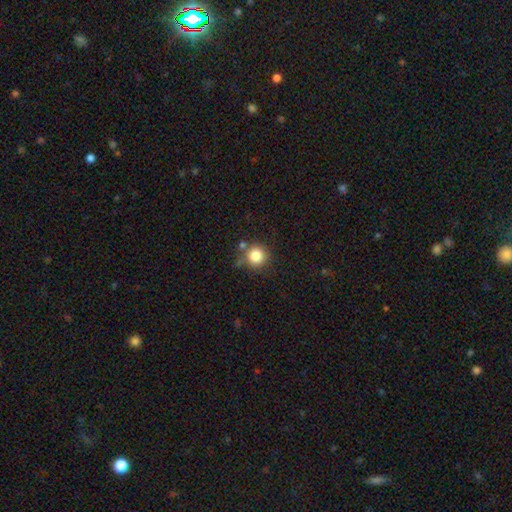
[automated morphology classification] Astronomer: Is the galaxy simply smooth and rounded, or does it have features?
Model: smooth — 83%.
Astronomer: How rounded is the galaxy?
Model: round — 94%.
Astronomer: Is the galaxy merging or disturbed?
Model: none — 76%.